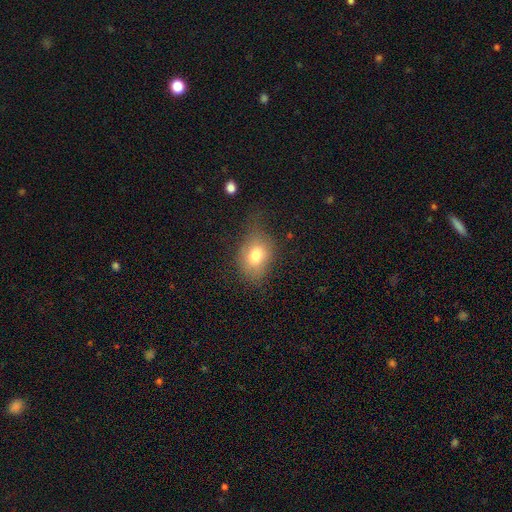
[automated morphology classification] This appears to be a smooth galaxy with no disk features (75%) that is in between round and cigar-shaped (69%). Merging: none (53%).